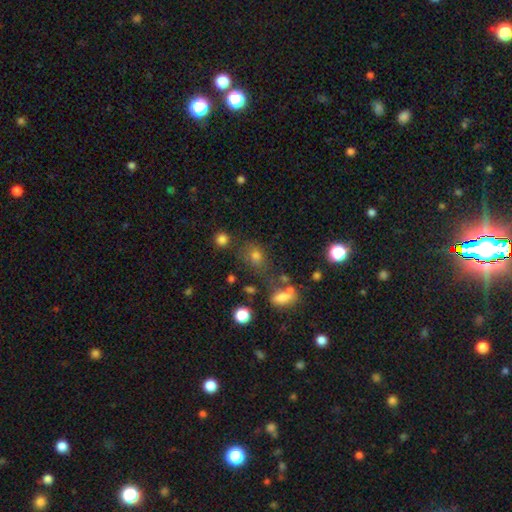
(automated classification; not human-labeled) Smooth or featured? Predicted: smooth (p=0.71). How rounded? Predicted: in between (p=0.51). Merging? Predicted: none (p=0.61).